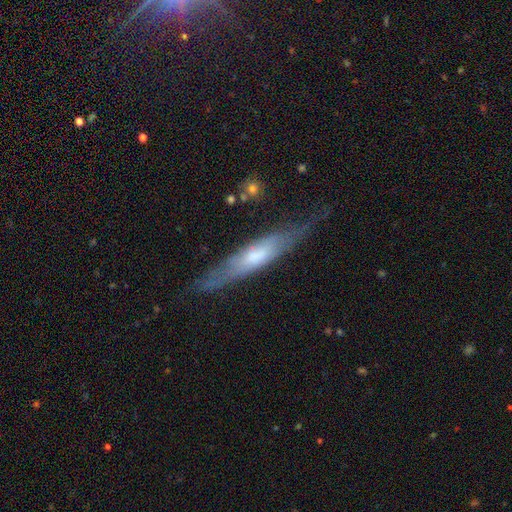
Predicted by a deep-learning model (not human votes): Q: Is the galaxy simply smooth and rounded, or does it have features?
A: featured or disk — 55%.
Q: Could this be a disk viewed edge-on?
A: yes — 75%.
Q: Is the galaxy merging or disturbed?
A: none — 64%.